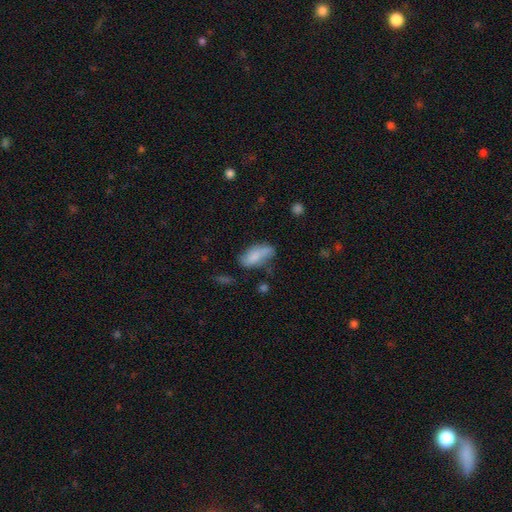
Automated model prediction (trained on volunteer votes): Q: Smooth or featured?
A: smooth (73%); runner-up: featured or disk (19%)
Q: How rounded?
A: in between (85%); runner-up: cigar-shaped (13%)
Q: Merging?
A: none (54%); runner-up: minor disturbance (29%)